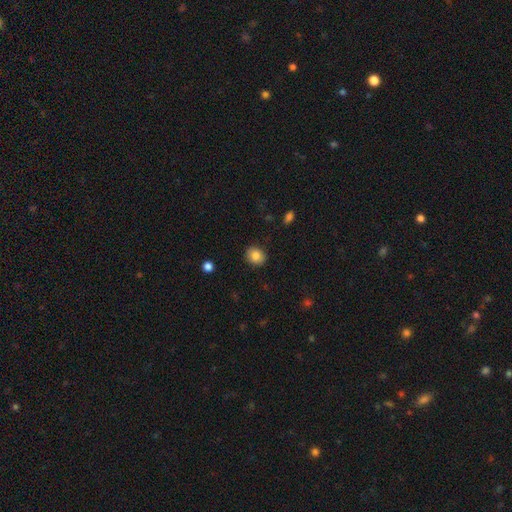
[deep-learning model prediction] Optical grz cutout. It shows a smooth galaxy with no disk features (84%) that is round (65%). Merging: none (89%).